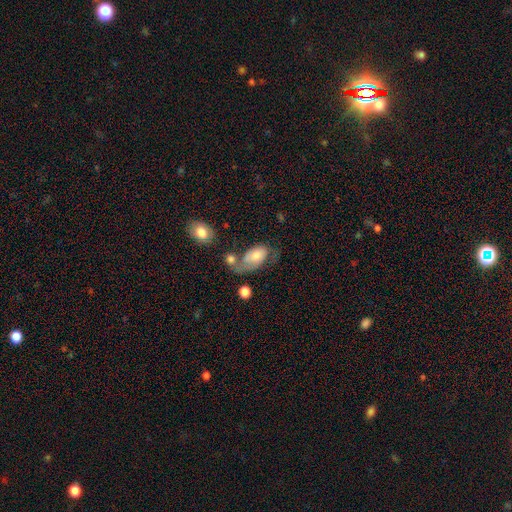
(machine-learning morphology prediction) A smooth galaxy with no disk features (56%) that is in between round and cigar-shaped (91%).

Vote fractions:
- Smooth or featured? smooth: 56% / featured or disk: 37% / star or artifact: 7%
- How rounded? in between: 91% / round: 7% / cigar-shaped: 2%
- Merging? major disturbance: 28% / none: 25% / merger: 25% / minor disturbance: 21%